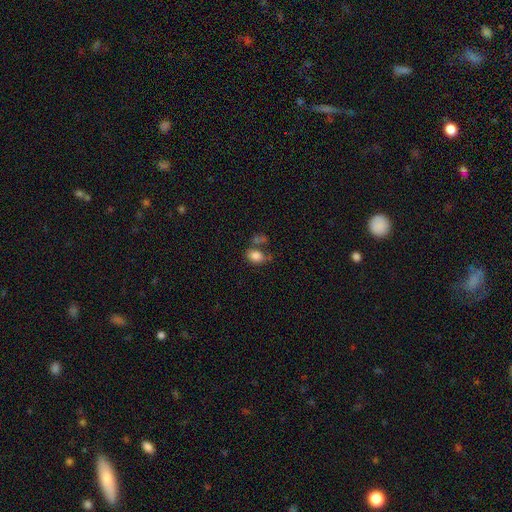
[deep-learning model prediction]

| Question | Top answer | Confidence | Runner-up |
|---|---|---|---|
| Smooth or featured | smooth | 82% | star or artifact (10%) |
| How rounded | in between | 76% | round (23%) |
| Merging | none | 53% | merger (21%) |